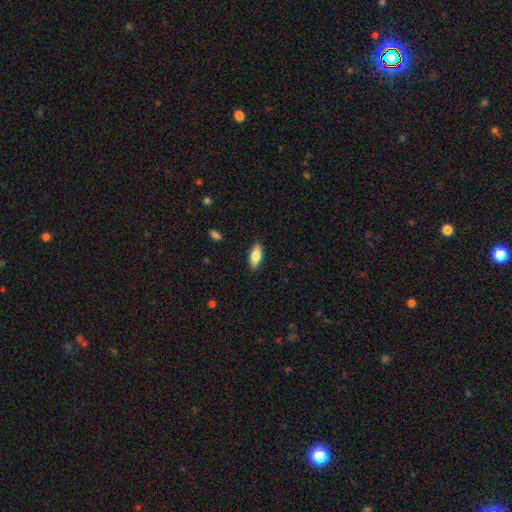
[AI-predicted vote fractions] Smooth or featured?
  - smooth: 73% *
  - featured or disk: 21%
  - star or artifact: 6%
How rounded?
  - in between: 79% *
  - cigar-shaped: 18%
  - round: 2%
Merging?
  - none: 88% *
  - minor disturbance: 9%
  - major disturbance: 2%
  - merger: 1%